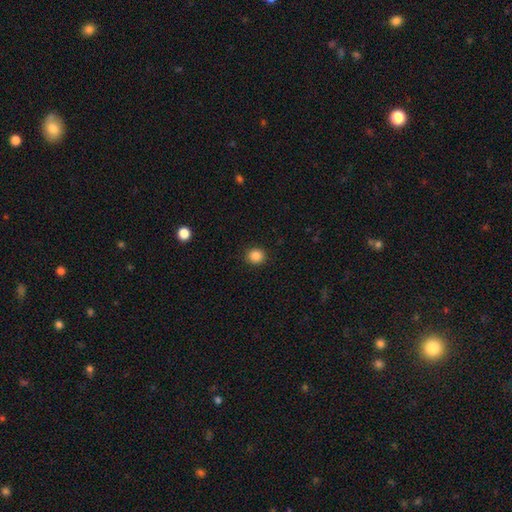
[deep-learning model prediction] Overall: smooth (87%). How rounded: round (86%). Merging: none (91%).